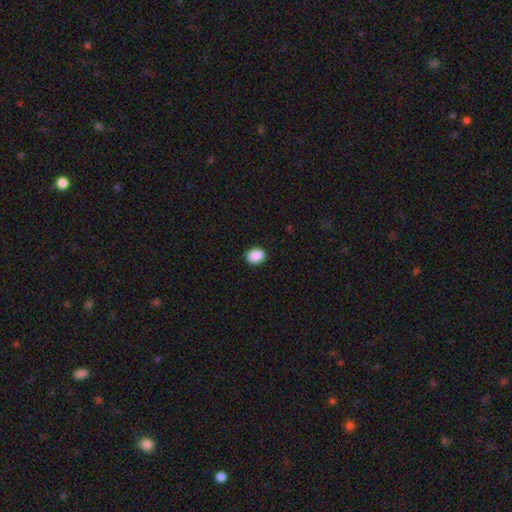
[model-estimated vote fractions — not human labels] A smooth galaxy with no disk features (90%) that is in between round and cigar-shaped (60%).

Vote fractions:
- Smooth or featured? smooth: 90% / star or artifact: 7% / featured or disk: 2%
- How rounded? in between: 60% / round: 39% / cigar-shaped: 1%
- Merging? none: 90% / minor disturbance: 8% / major disturbance: 2% / merger: 1%